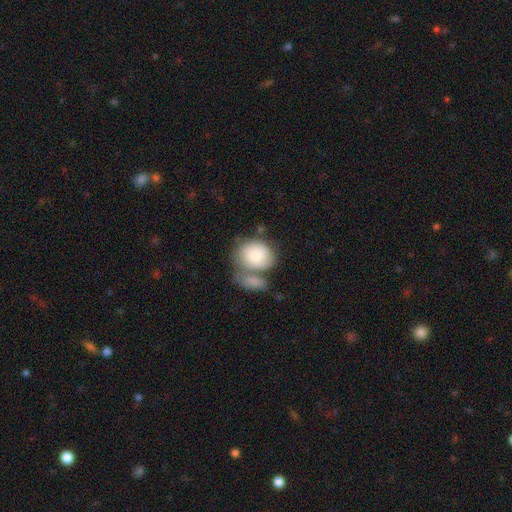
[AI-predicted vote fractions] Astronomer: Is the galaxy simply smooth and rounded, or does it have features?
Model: smooth — 77%.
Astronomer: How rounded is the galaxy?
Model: in between — 51% (runner-up: round, 48%).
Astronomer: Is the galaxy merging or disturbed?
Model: merger — 48% (runner-up: none, 29%).